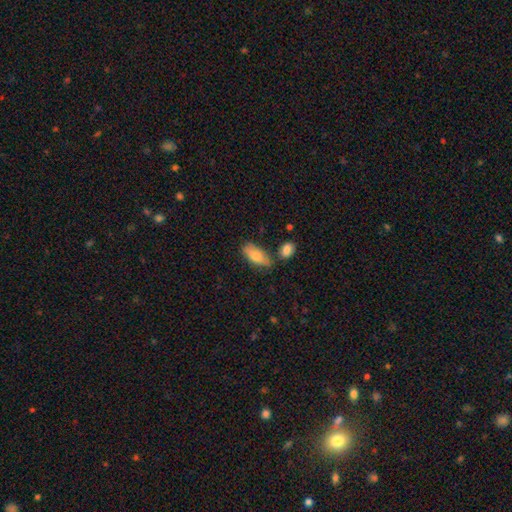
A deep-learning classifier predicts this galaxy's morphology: type=smooth (75%); roundness=in between (77%); merging=none (66%).